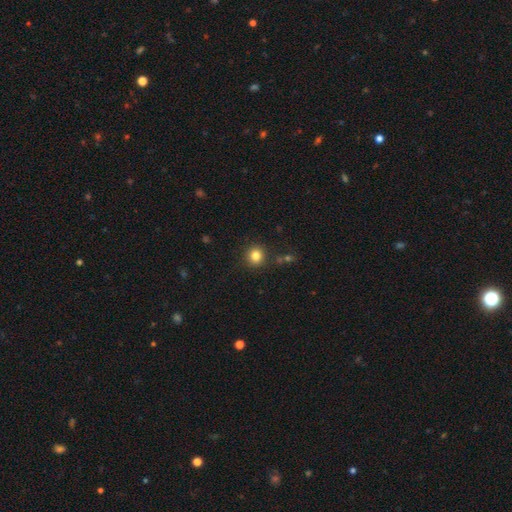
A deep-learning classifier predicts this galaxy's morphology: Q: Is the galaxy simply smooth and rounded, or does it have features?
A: smooth — 82%.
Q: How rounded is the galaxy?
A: round — 92%.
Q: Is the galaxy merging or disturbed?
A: none — 88%.